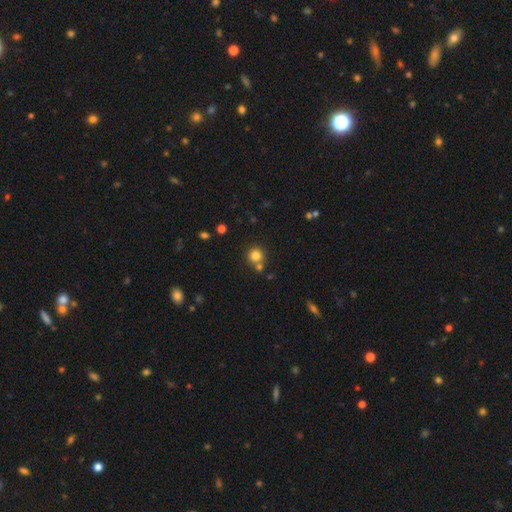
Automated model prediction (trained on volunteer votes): Morphology: type=smooth (80%); roundness=round (92%); merging=none (68%).